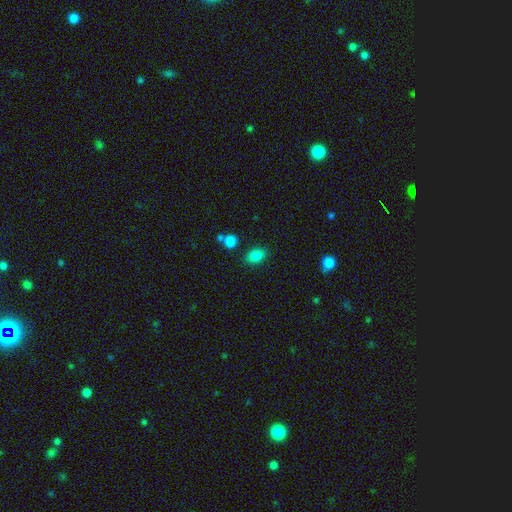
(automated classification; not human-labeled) Smooth or featured?
  - smooth: 85% *
  - star or artifact: 10%
  - featured or disk: 5%
How rounded?
  - in between: 79% *
  - round: 19%
  - cigar-shaped: 2%
Merging?
  - none: 83% *
  - minor disturbance: 10%
  - merger: 4%
  - major disturbance: 3%